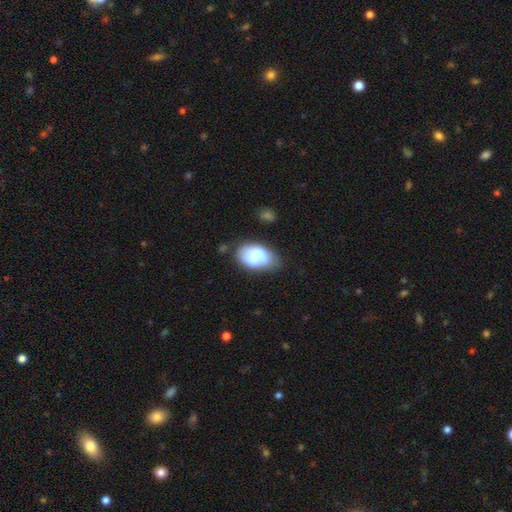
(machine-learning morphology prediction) Overall: smooth (72%). How rounded: in between (90%). Merging: none (55%; minor disturbance 29%).